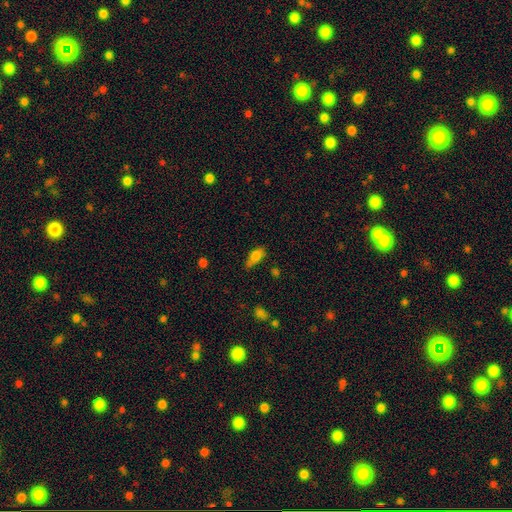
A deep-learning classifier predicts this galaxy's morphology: A smooth galaxy with no disk features (76%) that is in between round and cigar-shaped (78%).

Vote fractions:
- Smooth or featured? smooth: 76% / featured or disk: 14% / star or artifact: 9%
- How rounded? in between: 78% / cigar-shaped: 16% / round: 6%
- Merging? none: 53% / minor disturbance: 34% / major disturbance: 9% / merger: 4%